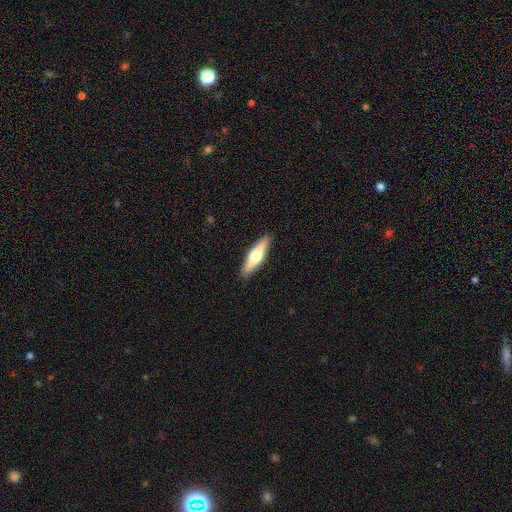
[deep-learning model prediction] This appears to be a smooth galaxy with no disk features (50%) that is cigar-shaped (66%). Merging: none (90%).